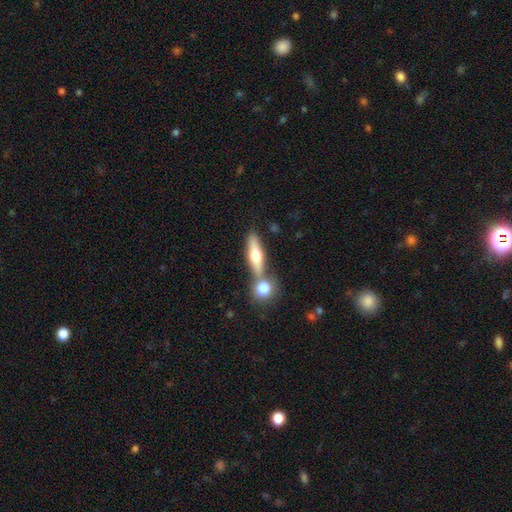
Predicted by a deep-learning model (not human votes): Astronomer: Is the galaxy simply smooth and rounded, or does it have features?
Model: smooth — 52% (runner-up: featured or disk, 42%).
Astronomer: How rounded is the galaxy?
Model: cigar-shaped — 58% (runner-up: in between, 35%).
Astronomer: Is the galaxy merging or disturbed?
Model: none — 51% (runner-up: merger, 37%).